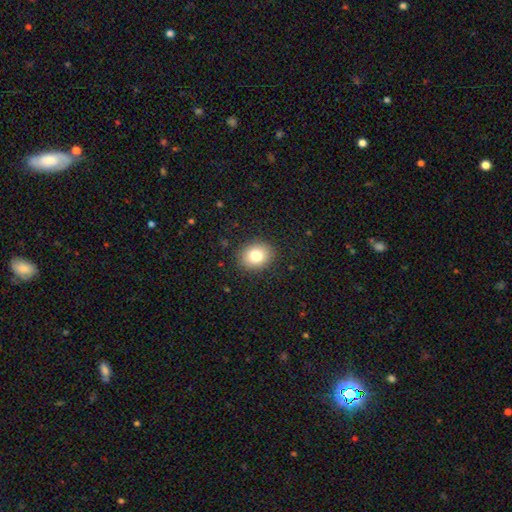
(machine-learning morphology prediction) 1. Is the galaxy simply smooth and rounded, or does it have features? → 79% smooth, 11% featured or disk, 10% star or artifact.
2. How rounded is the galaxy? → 59% round, 40% in between, 1% cigar-shaped.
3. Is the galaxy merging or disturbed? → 89% none, 8% minor disturbance, 3% major disturbance, 1% merger.